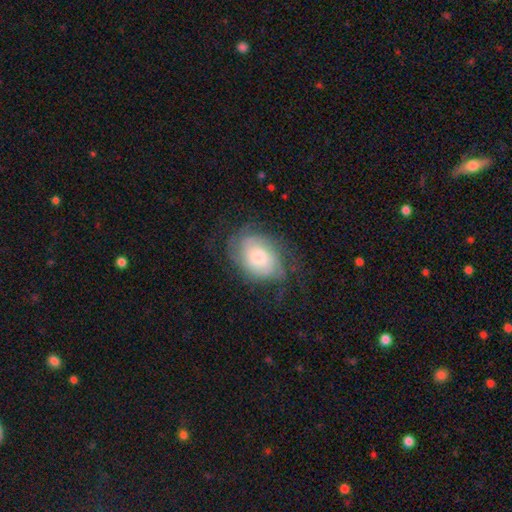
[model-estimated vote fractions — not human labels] Smooth or featured? featured or disk (59%)
Edge-on disk? no (96%)
Bar? no (77%)
Spiral arms? yes (84%)
Bulge size? moderate (47%)
Merging? none (62%)